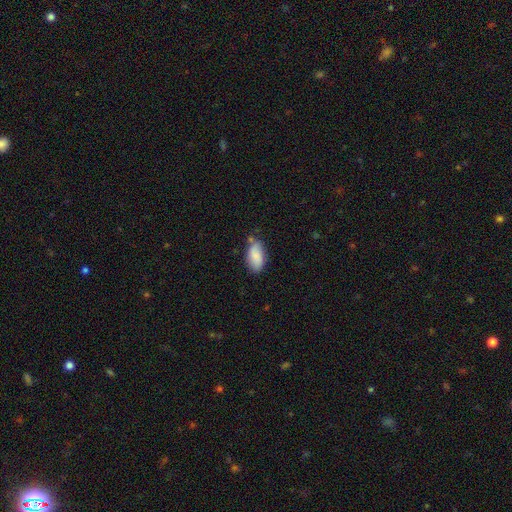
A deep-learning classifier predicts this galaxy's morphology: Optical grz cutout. It shows a smooth galaxy with no disk features (81%) that is in between round and cigar-shaped (92%). Merging: none (67%).